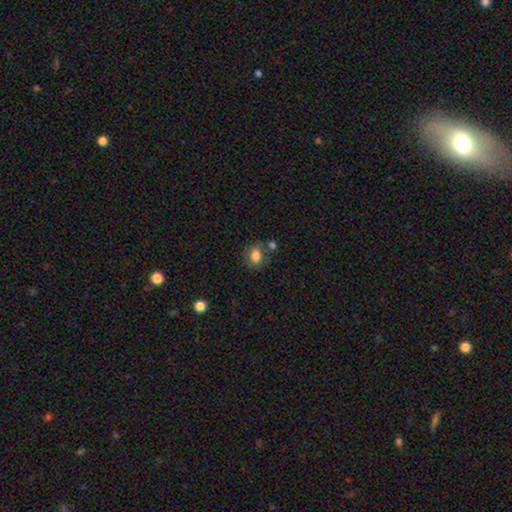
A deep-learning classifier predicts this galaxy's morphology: type=smooth (81%); roundness=in between (62%); merging=none (65%).